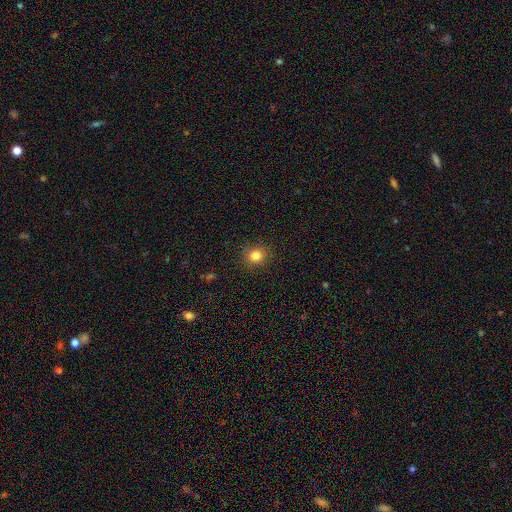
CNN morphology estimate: smooth-or-featured: smooth: 83% | star or artifact: 12% | featured or disk: 5%
  how-rounded: round: 88% | in between: 11% | cigar-shaped: 1%
  merging: none: 90% | minor disturbance: 7% | major disturbance: 2% | merger: 1%